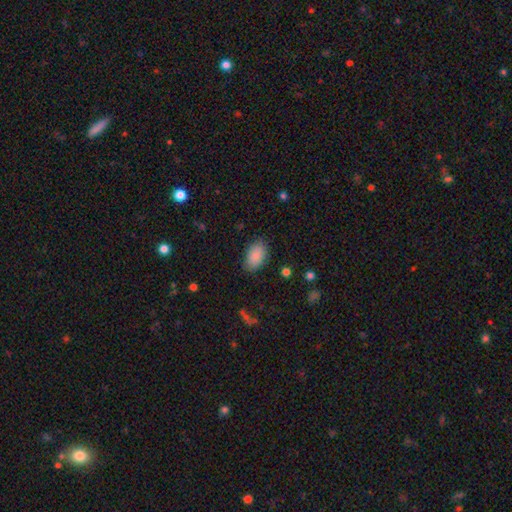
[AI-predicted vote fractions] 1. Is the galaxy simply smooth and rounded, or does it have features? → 88% smooth, 7% star or artifact, 4% featured or disk.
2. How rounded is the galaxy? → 92% in between, 6% round, 1% cigar-shaped.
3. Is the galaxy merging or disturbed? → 85% none, 11% minor disturbance, 3% major disturbance, 1% merger.